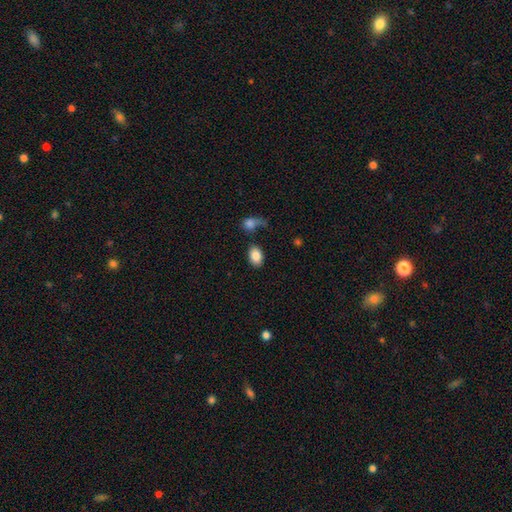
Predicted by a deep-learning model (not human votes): This appears to be a smooth galaxy with no disk features (85%) that is in between round and cigar-shaped (85%). Merging: none (75%).